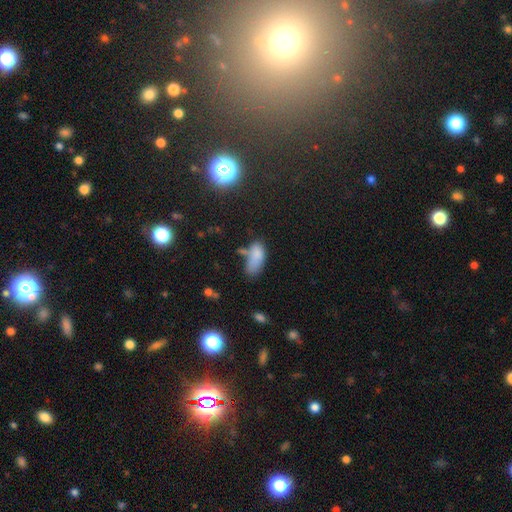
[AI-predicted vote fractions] smooth-or-featured: smooth: 79% | star or artifact: 11% | featured or disk: 10%
  how-rounded: in between: 87% | cigar-shaped: 10% | round: 3%
  merging: none: 36% | minor disturbance: 26% | merger: 20% | major disturbance: 17%